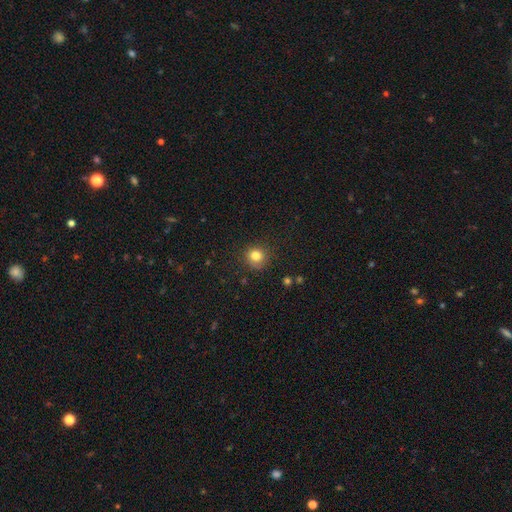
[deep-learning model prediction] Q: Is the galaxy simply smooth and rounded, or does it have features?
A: smooth — 81%.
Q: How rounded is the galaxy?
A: round — 89%.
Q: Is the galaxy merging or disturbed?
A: none — 85%.